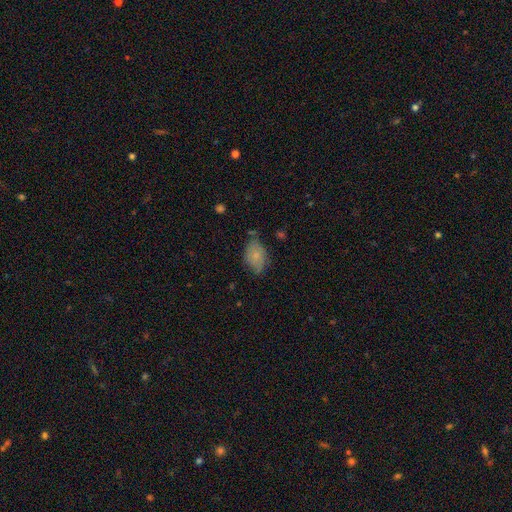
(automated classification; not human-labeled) smooth 73%, featured or disk 19%, star or artifact 8%. Down the decision tree: how rounded — in between (85%); merging — none (59%).